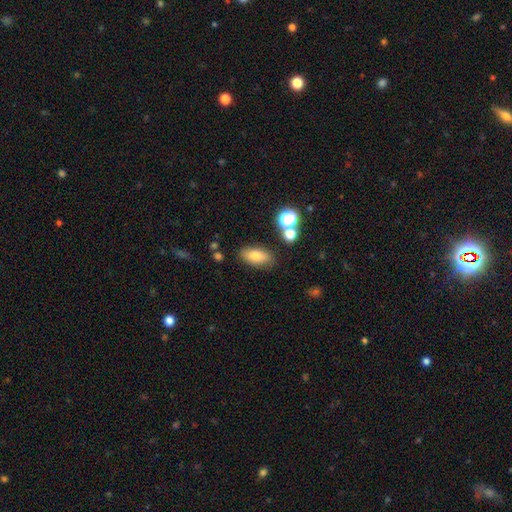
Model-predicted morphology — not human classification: This is likely a smooth galaxy (75%). How rounded: clearly in between (81%). Merging: clearly none (82%).